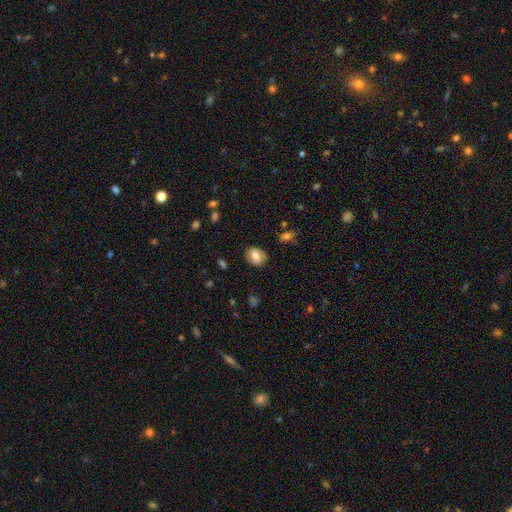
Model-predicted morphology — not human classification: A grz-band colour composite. It shows a smooth galaxy with no disk features (71%) that is in between round and cigar-shaped (65%). Merging: none (81%).